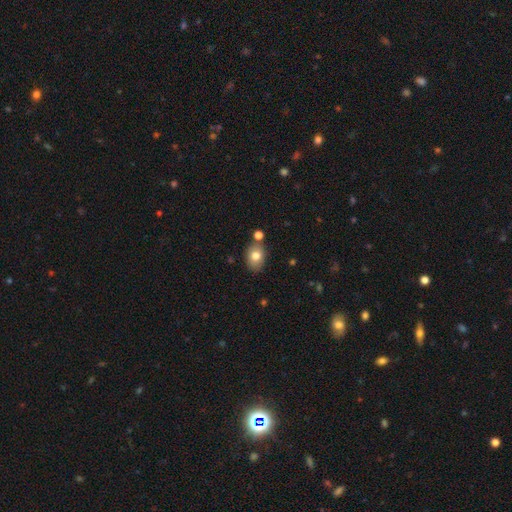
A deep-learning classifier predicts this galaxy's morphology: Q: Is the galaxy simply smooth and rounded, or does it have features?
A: smooth — 78%.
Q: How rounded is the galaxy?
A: in between — 74%.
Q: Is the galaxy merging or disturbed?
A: none — 73%.